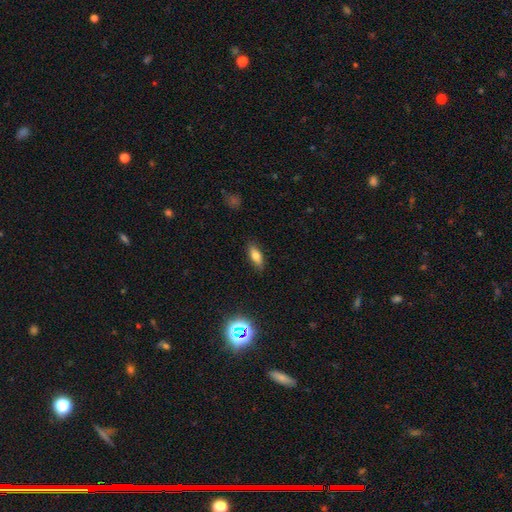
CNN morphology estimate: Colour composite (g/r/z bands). It shows a smooth galaxy with no disk features (74%) that is in between round and cigar-shaped (73%). Merging: none (86%).